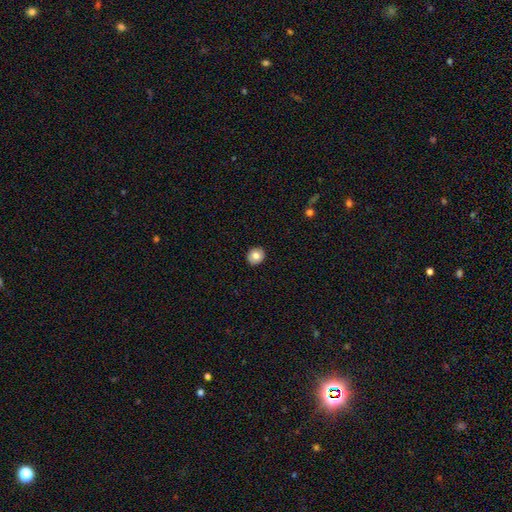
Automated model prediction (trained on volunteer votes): The model was most divided on "how rounded": round: 80%, in between: 19%, cigar-shaped: 1%. More confident: merging — none (92%); smooth or featured — smooth (79%).